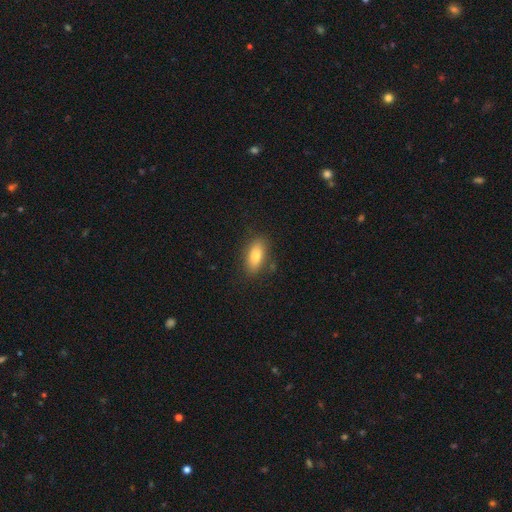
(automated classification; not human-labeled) smooth 79%, featured or disk 14%, star or artifact 7%. Down the decision tree: how rounded — in between (85%); merging — none (82%).